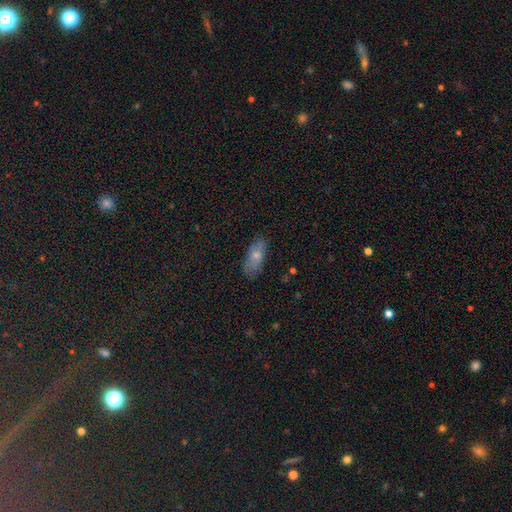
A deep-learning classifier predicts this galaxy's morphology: smooth_or_featured: smooth (p=0.72) [alt: featured or disk p=0.20]
how_rounded: in between (p=0.82) [alt: cigar-shaped p=0.15]
merging: none (p=0.75) [alt: minor disturbance p=0.19]